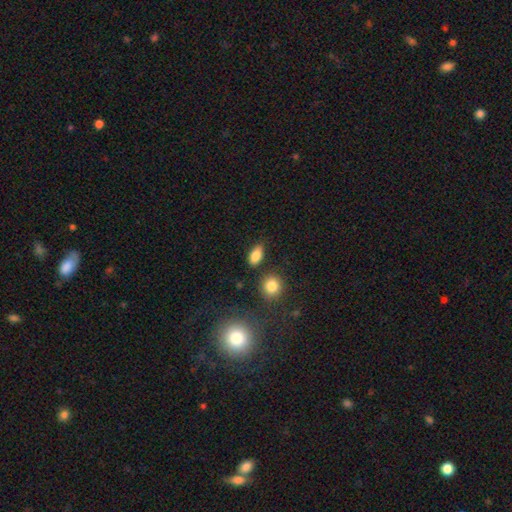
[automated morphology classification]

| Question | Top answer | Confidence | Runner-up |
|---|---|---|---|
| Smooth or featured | smooth | 84% | star or artifact (10%) |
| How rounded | in between | 85% | round (9%) |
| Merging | none | 76% | minor disturbance (15%) |